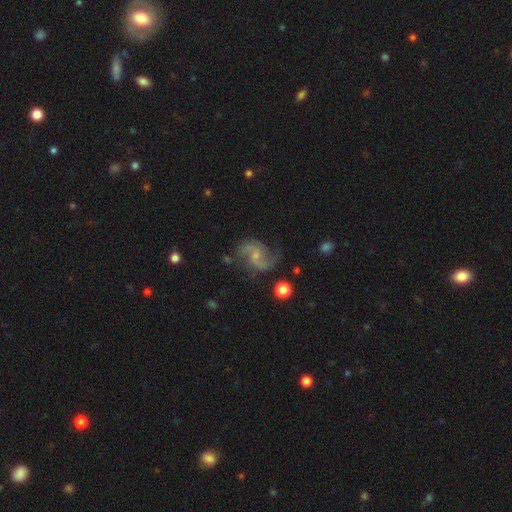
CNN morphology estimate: Smooth or featured? featured or disk (86%)
Edge-on disk? no (98%)
Bar? no (49%)
Spiral arms? yes (96%)
Spiral winding? loose (56%)
Spiral arm count? 2 (92%)
Bulge size? small (62%)
Merging? none (72%)